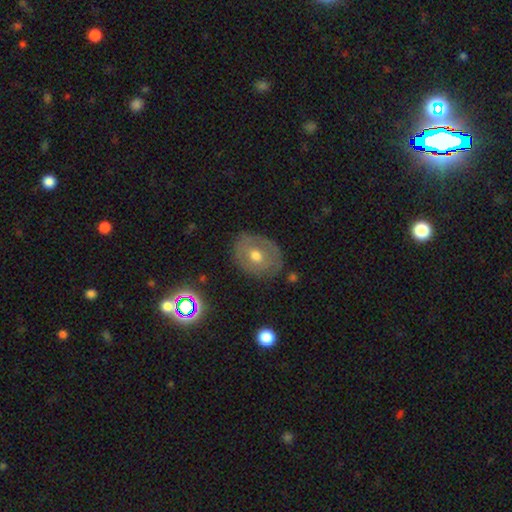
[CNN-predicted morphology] Q: Smooth or featured?
A: smooth (46%); runner-up: featured or disk (44%)
Q: Merging?
A: none (77%); runner-up: minor disturbance (16%)